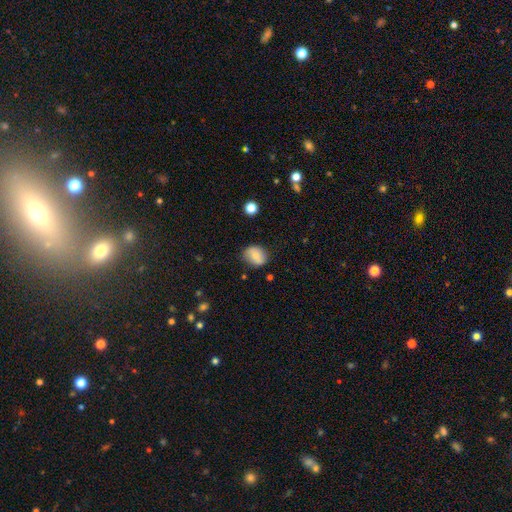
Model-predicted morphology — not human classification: This is likely a smooth galaxy (70%). How rounded: possibly round (53%). Merging: likely none (78%).